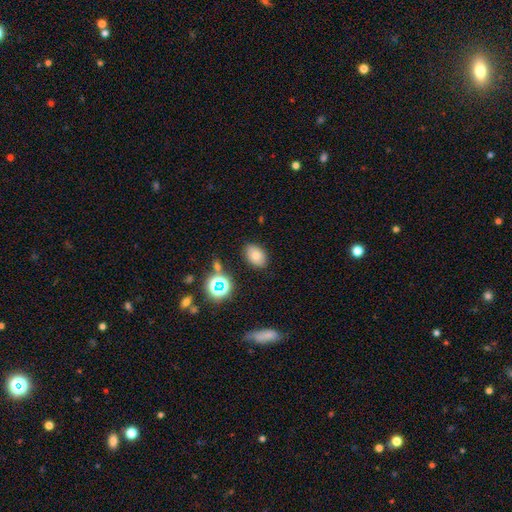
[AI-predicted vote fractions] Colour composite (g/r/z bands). It shows a smooth galaxy with no disk features (73%) that is in between round and cigar-shaped (82%). Merging: none (84%).